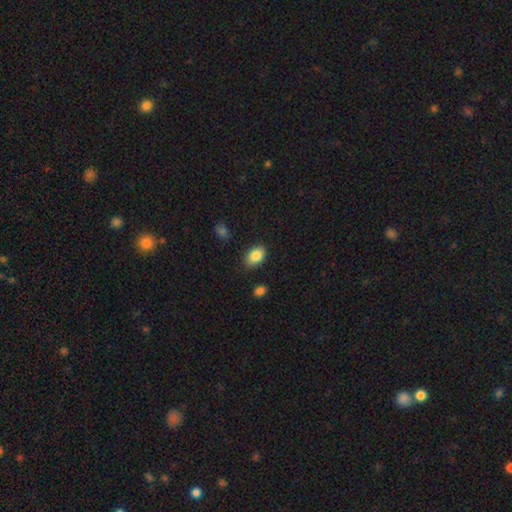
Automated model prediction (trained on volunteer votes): This is clearly a smooth galaxy (87%). How rounded: clearly in between (87%). Merging: clearly none (84%).